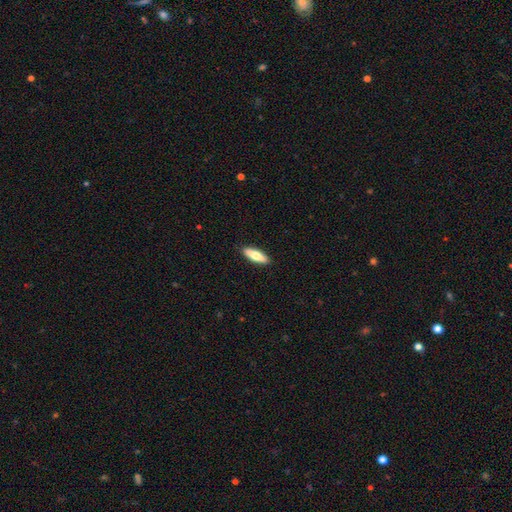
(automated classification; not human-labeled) Q: Smooth or featured?
A: smooth (69%); runner-up: featured or disk (26%)
Q: How rounded?
A: cigar-shaped (50%); runner-up: in between (48%)
Q: Merging?
A: none (91%); runner-up: minor disturbance (7%)